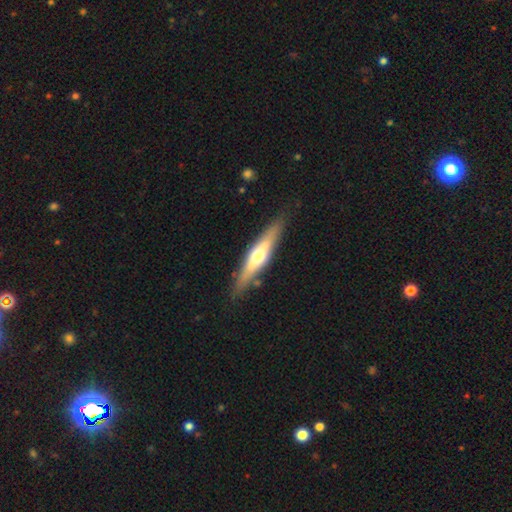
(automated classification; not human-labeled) This appears to be a featured or disk galaxy (60%) viewed edge-on (93%) with a rounded central bulge (91%). Merging: none (85%).